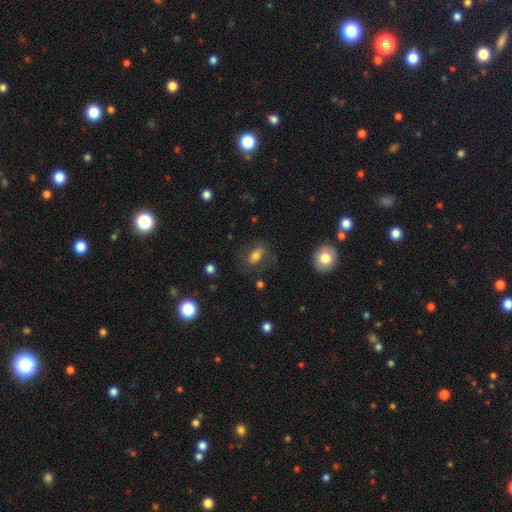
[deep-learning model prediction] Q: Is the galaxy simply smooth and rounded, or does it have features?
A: smooth — 63%.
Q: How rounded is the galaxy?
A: in between — 80%.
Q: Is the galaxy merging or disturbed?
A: none — 65%.